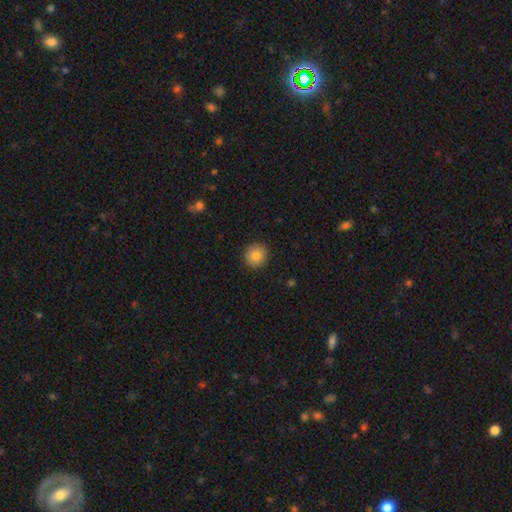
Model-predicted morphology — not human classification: type=smooth (83%); roundness=round (94%); merging=none (91%).